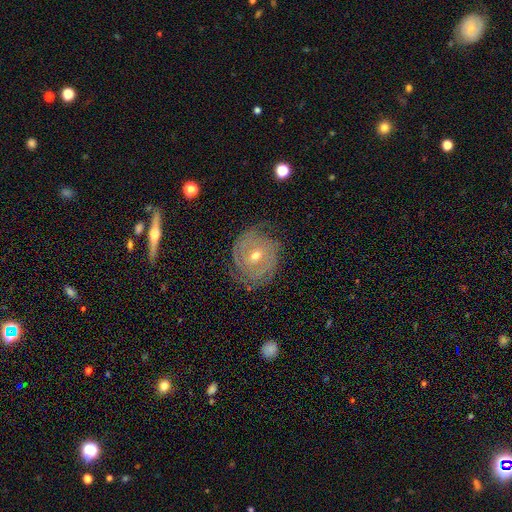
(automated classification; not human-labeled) Smooth or featured: featured or disk — 80% (smooth — 13%)
Edge-on disk: no — 96% (yes — 4%)
Bar: no — 49% (weak — 39%)
Spiral arms: yes — 91% (no — 9%)
Spiral winding: tight — 72% (medium — 21%)
Spiral arm count: can't tell — 34% (2 — 33%)
Bulge size: moderate — 51% (small — 46%)
Merging: none — 72% (minor disturbance — 19%)